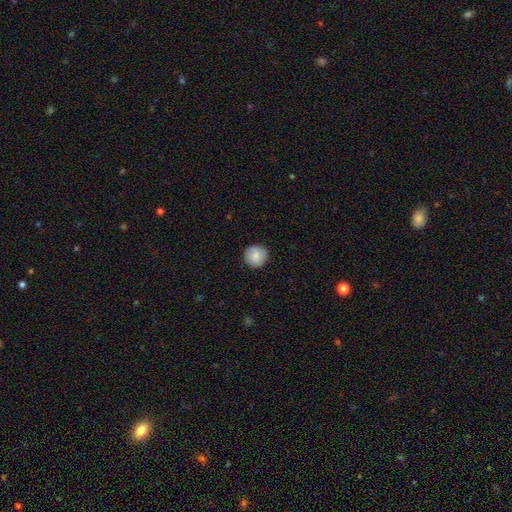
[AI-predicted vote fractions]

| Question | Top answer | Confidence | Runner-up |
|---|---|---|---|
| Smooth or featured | smooth | 85% | featured or disk (7%) |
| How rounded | round | 95% | in between (4%) |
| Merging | none | 90% | minor disturbance (7%) |